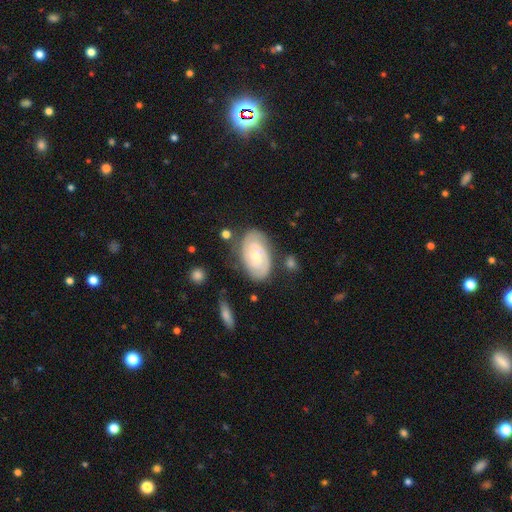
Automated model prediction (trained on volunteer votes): This is likely a featured or disk galaxy (74%). It is clearly not viewed edge-on (95%). Bar: likely no (75%). Spiral arm pattern: clearly yes (91%). Spiral arm count: possibly 2 (52%). Spiral winding: likely tight (72%). Central bulge: possibly moderate (50%). Merging: likely none (75%).